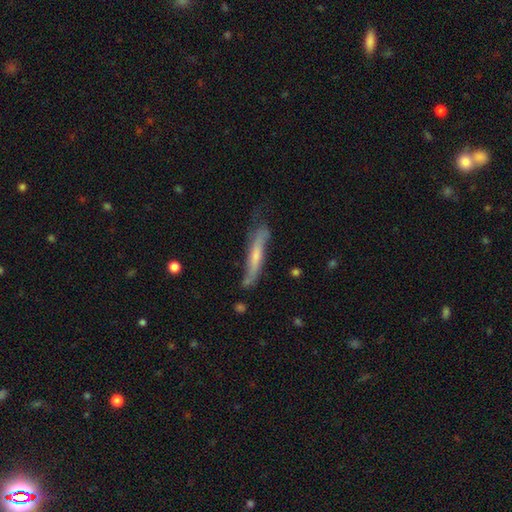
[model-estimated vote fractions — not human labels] featured or disk 58%, smooth 34%, star or artifact 8%. Down the decision tree: edge-on disk — yes (72%); merging — none (62%).